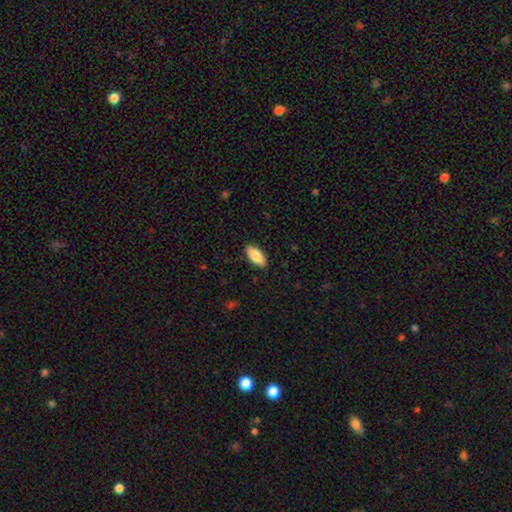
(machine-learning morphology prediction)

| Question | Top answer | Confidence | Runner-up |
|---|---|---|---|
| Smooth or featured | smooth | 83% | featured or disk (11%) |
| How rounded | in between | 87% | cigar-shaped (11%) |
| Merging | none | 89% | minor disturbance (8%) |